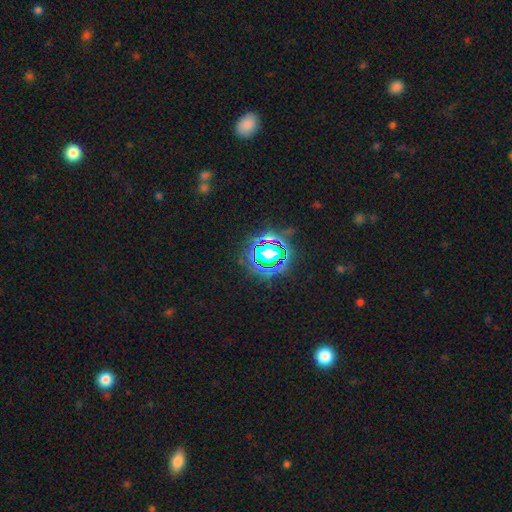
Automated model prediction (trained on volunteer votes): smooth_or_featured: star or artifact (p=0.80) [alt: smooth p=0.13]